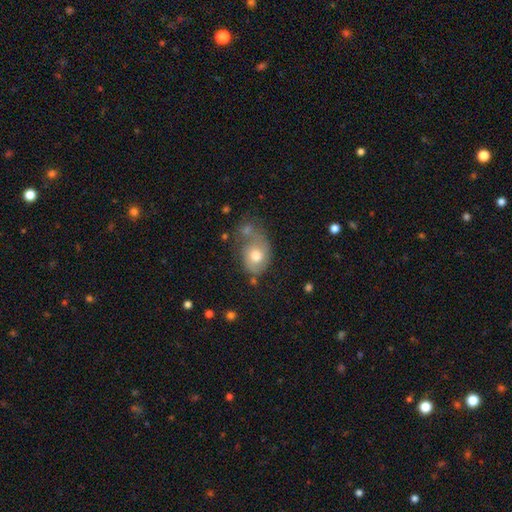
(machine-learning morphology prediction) A smooth galaxy with no disk features (61%) that is in between round and cigar-shaped (67%). Merging: none (34%).